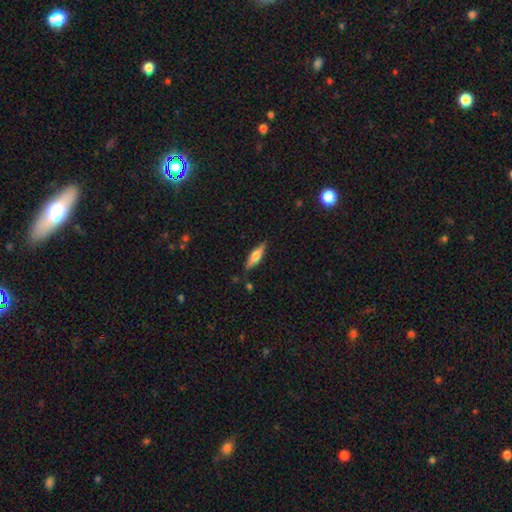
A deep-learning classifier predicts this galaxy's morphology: Smooth or featured?
  - smooth: 47% *
  - featured or disk: 46%
  - star or artifact: 7%
Merging?
  - none: 82% *
  - minor disturbance: 12%
  - major disturbance: 3%
  - merger: 3%